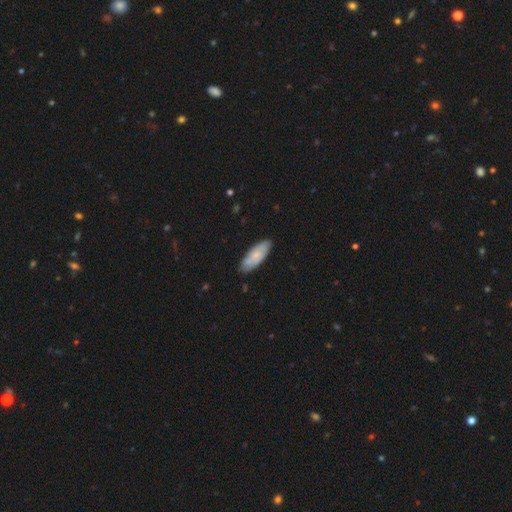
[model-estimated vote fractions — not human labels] A smooth galaxy with no disk features (63%) that is in between round and cigar-shaped (73%). Merging: none (80%).